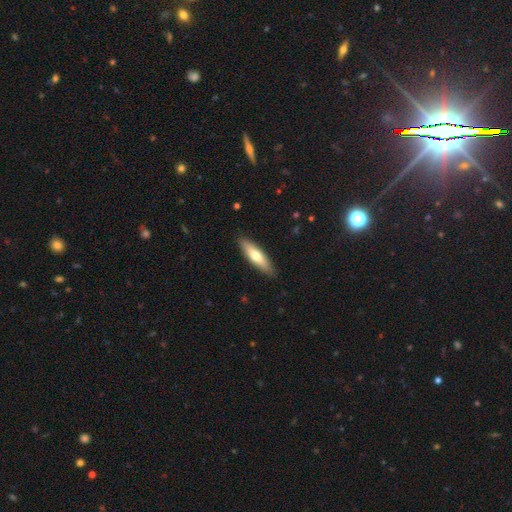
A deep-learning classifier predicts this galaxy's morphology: Overall: smooth (63%; featured or disk 32%). How rounded: cigar-shaped (66%; in between 32%). Merging: none (89%).